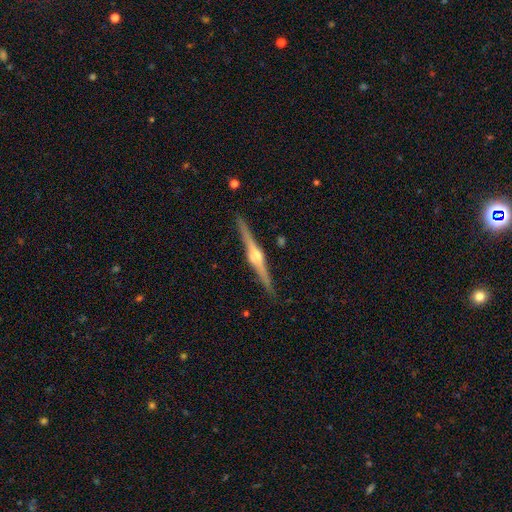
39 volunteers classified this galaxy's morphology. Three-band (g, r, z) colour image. It shows a featured or disk galaxy (95%) viewed edge-on (100%) with a rounded central bulge (89%). Merging: none (95%).